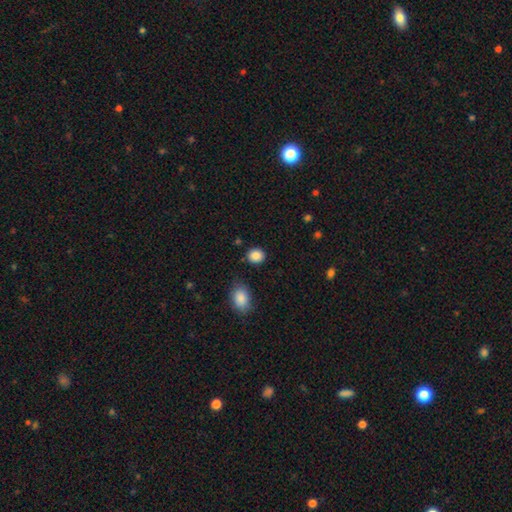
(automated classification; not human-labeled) This is clearly a smooth galaxy (88%). How rounded: likely round (72%). Merging: clearly none (85%).